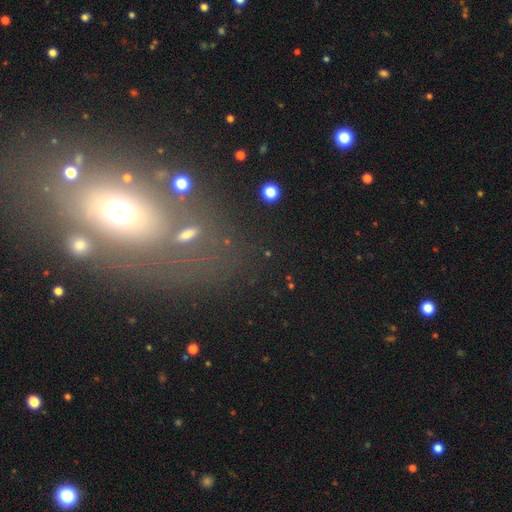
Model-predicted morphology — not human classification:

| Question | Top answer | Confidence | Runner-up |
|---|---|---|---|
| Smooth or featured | smooth | 39% | star or artifact (31%) |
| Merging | none | 74% | minor disturbance (11%) |